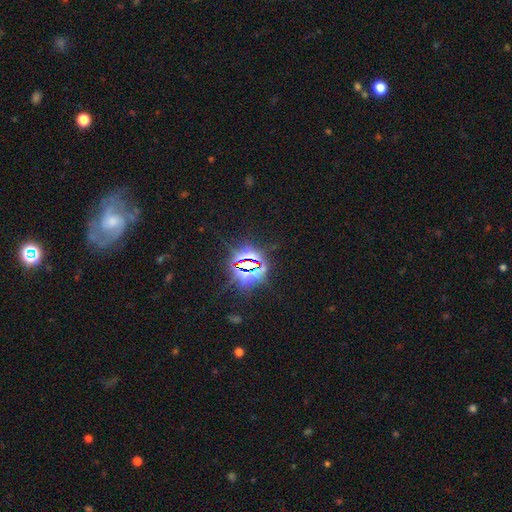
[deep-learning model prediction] Smooth or featured?
  - star or artifact: 83% *
  - smooth: 9%
  - featured or disk: 8%